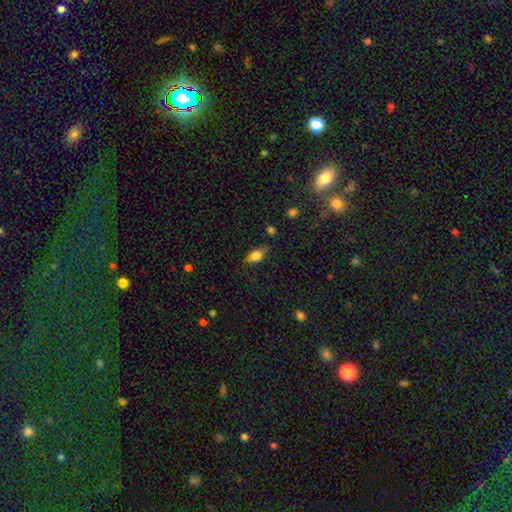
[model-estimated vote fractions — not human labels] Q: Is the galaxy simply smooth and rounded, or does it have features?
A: smooth — 75%.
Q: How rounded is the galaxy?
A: in between — 84%.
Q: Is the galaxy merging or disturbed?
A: none — 69%.